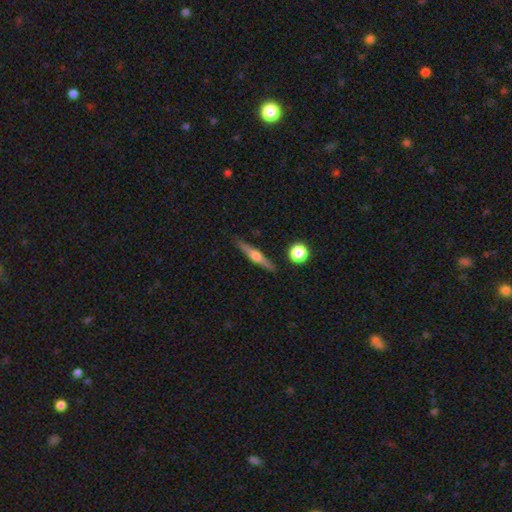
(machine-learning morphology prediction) Smooth or featured? Predicted: featured or disk (p=0.69). Edge-on disk? Predicted: yes (p=0.97). Edge-on bulge? Predicted: rounded (p=0.90). Merging? Predicted: none (p=0.89).